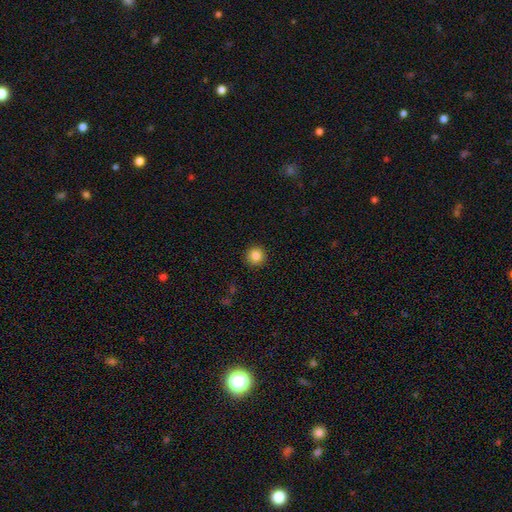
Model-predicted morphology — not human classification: Smooth or featured? smooth (84%)
How rounded? round (95%)
Merging? none (93%)